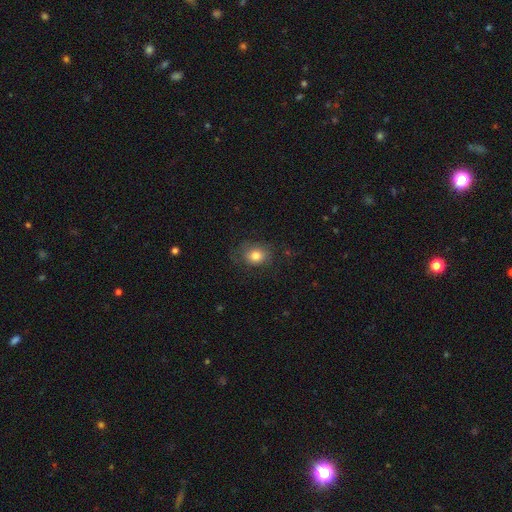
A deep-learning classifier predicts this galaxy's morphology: Overall: smooth (80%). How rounded: round (57%; in between 42%). Merging: none (70%).